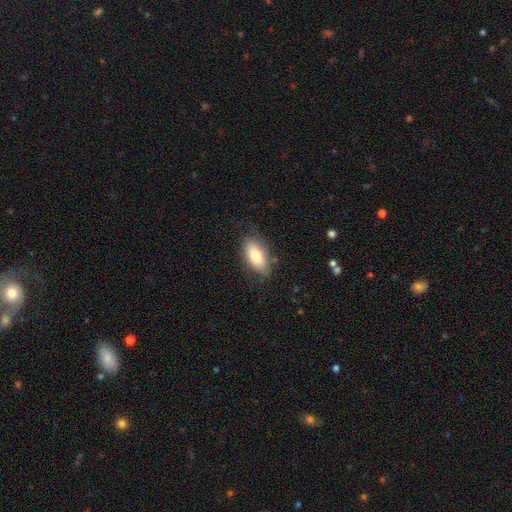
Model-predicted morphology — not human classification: smooth_or_featured: smooth (p=0.79) [alt: featured or disk p=0.15]
how_rounded: in between (p=0.91) [alt: cigar-shaped p=0.06]
merging: none (p=0.73) [alt: minor disturbance p=0.20]